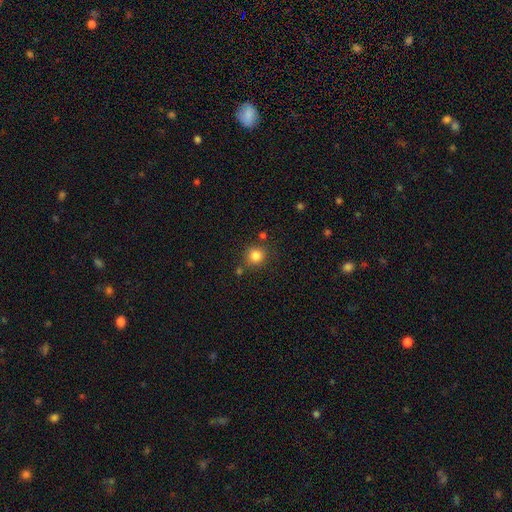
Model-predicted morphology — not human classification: Smooth or featured? Predicted: smooth (p=0.84). How rounded? Predicted: round (p=0.90). Merging? Predicted: none (p=0.79).